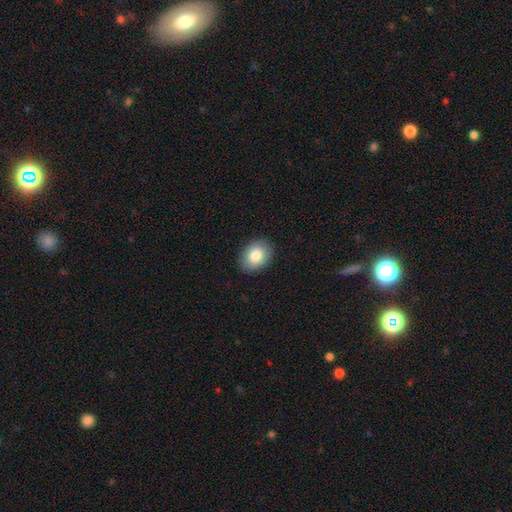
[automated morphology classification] Smooth or featured? Predicted: smooth (p=0.82). How rounded? Predicted: in between (p=0.72). Merging? Predicted: none (p=0.89).